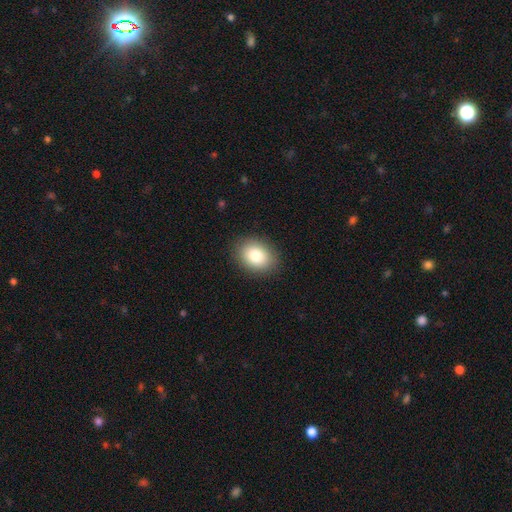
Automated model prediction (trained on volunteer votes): Smooth or featured? smooth (82%)
How rounded? in between (66%)
Merging? none (88%)